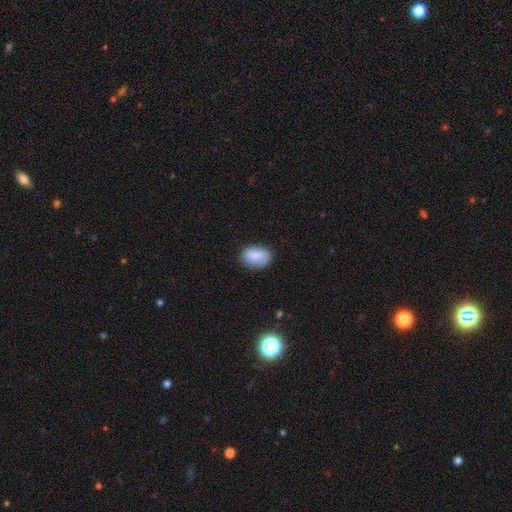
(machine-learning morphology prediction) Overall: smooth (81%). How rounded: in between (82%). Merging: none (72%).